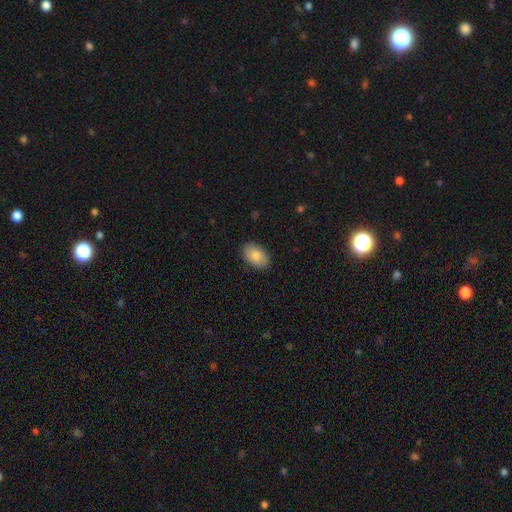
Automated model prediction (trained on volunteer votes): Morphology: type=smooth (85%); roundness=in between (91%); merging=none (88%).